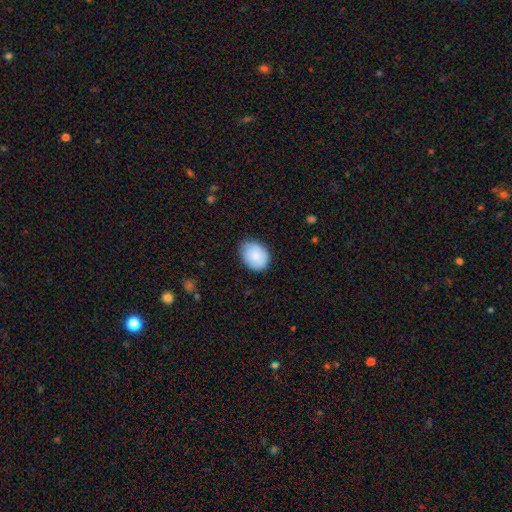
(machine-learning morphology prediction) Smooth or featured? Predicted: smooth (p=0.81). How rounded? Predicted: in between (p=0.61). Merging? Predicted: none (p=0.72).